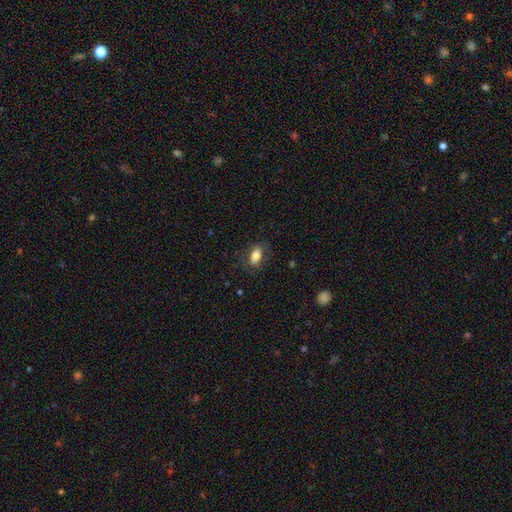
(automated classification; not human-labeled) A smooth galaxy with no disk features (77%) that is in between round and cigar-shaped (89%). Merging: none (75%).